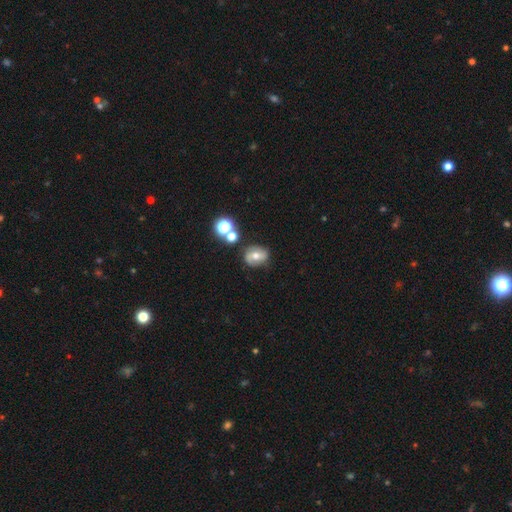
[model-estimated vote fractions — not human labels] Smooth or featured? smooth (43%, tied with featured or disk)
Merging? none (72%)